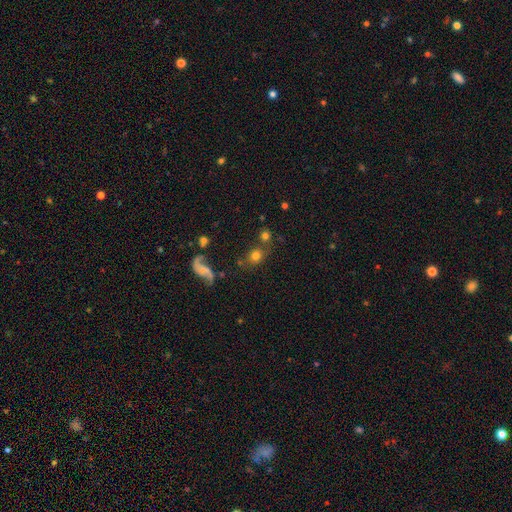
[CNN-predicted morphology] smooth 66%, featured or disk 20%, star or artifact 14%. Down the decision tree: how rounded — round (74%); merging — none (61%).